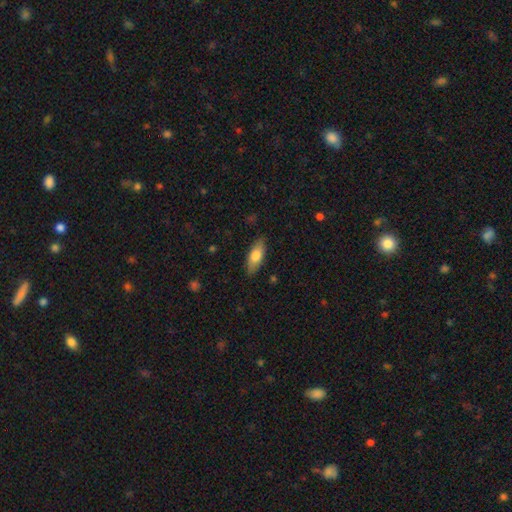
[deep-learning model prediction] A smooth galaxy with no disk features (74%) that is in between round and cigar-shaped (73%). Merging: none (86%).